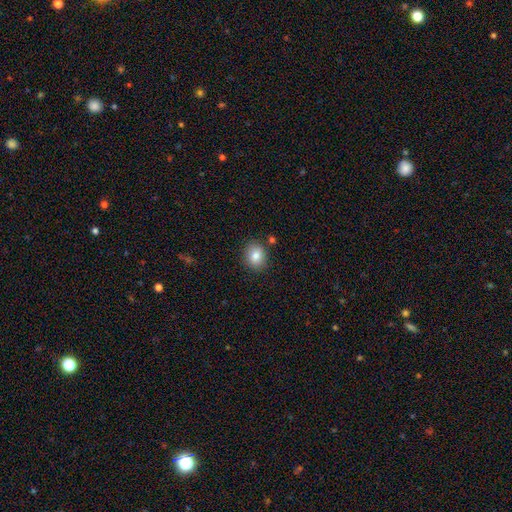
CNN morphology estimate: The model was most divided on "how rounded": round: 58%, in between: 41%, cigar-shaped: 1%. More confident: merging — none (84%); smooth or featured — smooth (83%).